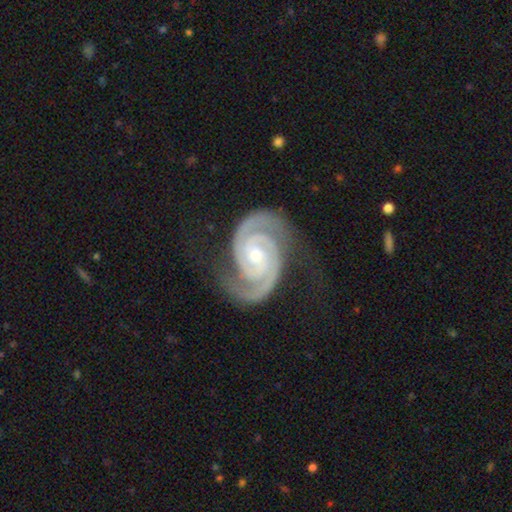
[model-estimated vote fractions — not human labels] The model was most divided on "bulge size": moderate: 50%, small: 45%, large: 2%, none: 2%, dominant: 1%. More confident: spiral arms — yes (99%); edge-on disk — no (98%); smooth or featured — featured or disk (94%); spiral arm count — 2 (92%); merging — none (78%); spiral winding — tight (72%); bar — no (60%).